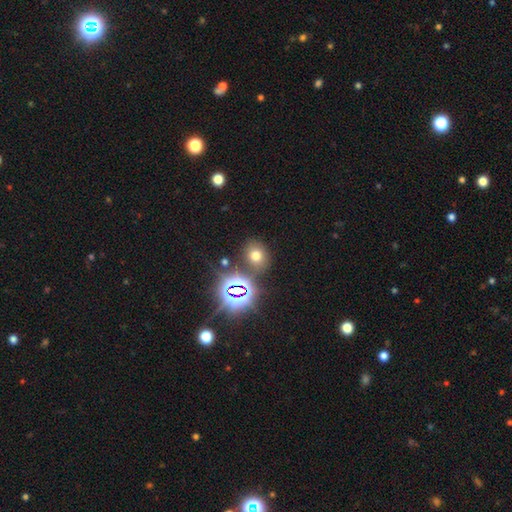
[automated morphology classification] This appears to be a smooth galaxy with no disk features (60%) that is round (61%). Merging: none (78%).